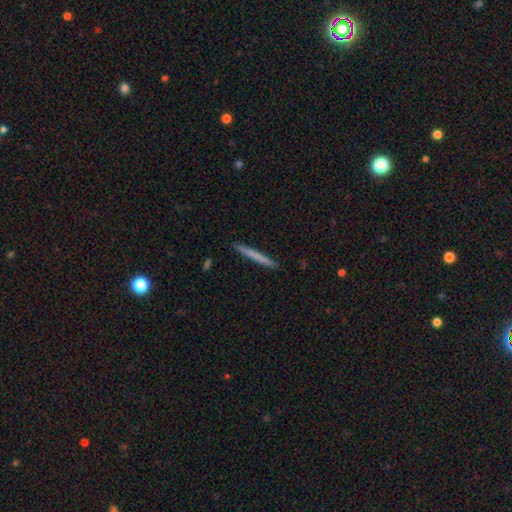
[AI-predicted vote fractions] Overall: smooth (66%; featured or disk 29%). How rounded: cigar-shaped (97%). Merging: none (92%).